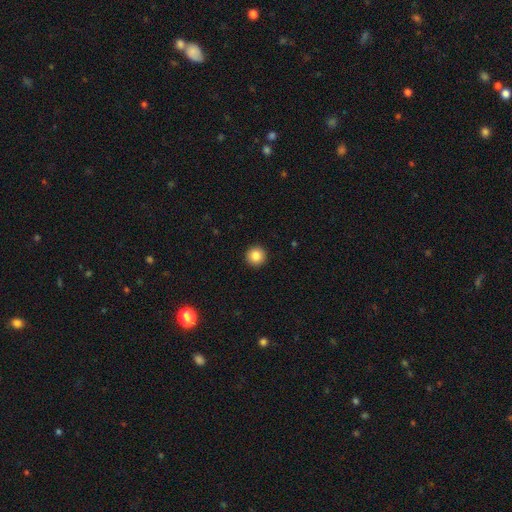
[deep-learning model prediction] This appears to be a smooth galaxy with no disk features (85%) that is round (96%). Merging: none (93%).